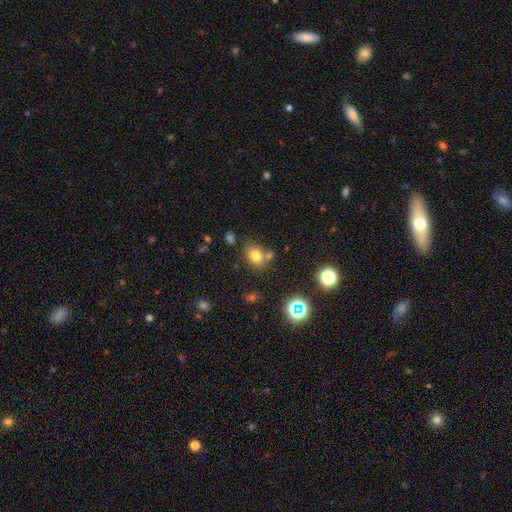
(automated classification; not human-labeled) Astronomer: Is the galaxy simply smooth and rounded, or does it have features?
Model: smooth — 75%.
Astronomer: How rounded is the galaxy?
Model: round — 53% (runner-up: in between, 46%).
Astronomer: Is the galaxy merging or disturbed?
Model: none — 64%.